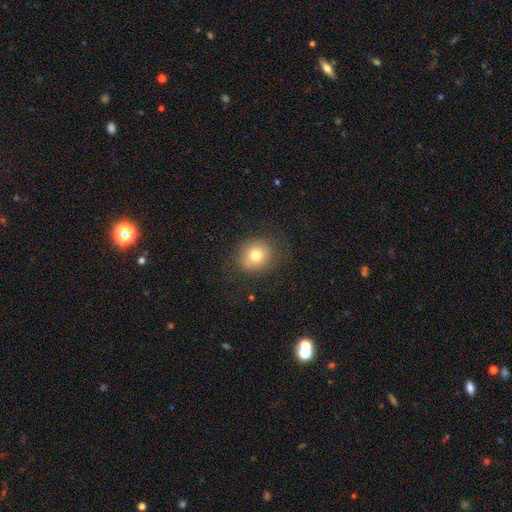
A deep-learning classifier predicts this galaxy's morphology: A smooth galaxy with no disk features (75%) that is round (78%).

Vote fractions:
- Smooth or featured? smooth: 75% / featured or disk: 13% / star or artifact: 12%
- How rounded? round: 78% / in between: 21% / cigar-shaped: 1%
- Merging? none: 80% / minor disturbance: 12% / major disturbance: 7% / merger: 1%